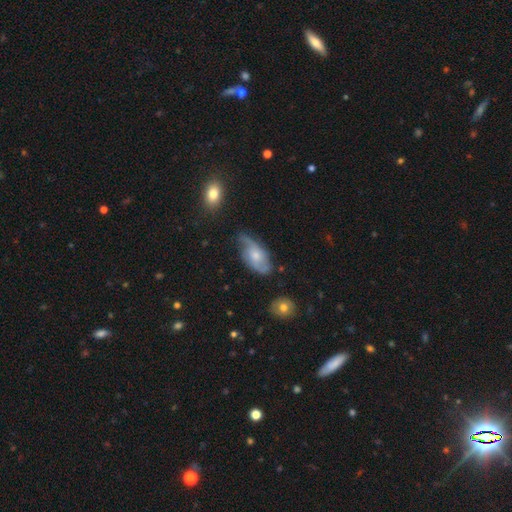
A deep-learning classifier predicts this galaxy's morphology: This is likely a featured or disk galaxy (60%). It is clearly not viewed edge-on (91%). Bar: likely no (69%). Spiral arm pattern: clearly yes (86%). Central bulge: marginally moderate (44%, tied with small). Merging: possibly none (54%).